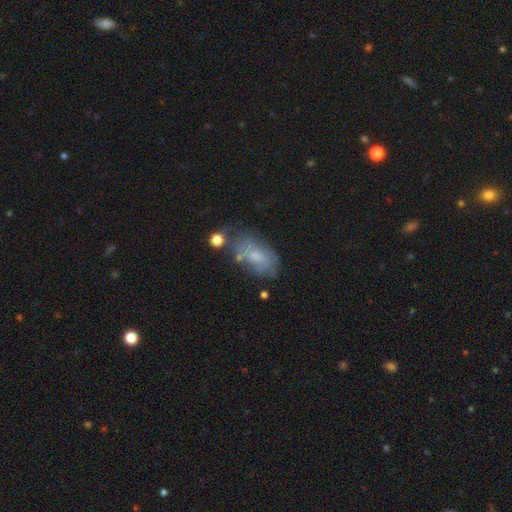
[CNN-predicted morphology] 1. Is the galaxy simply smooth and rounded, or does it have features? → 49% smooth, 41% featured or disk, 10% star or artifact.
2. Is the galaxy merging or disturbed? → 48% none, 28% minor disturbance, 15% major disturbance, 10% merger.